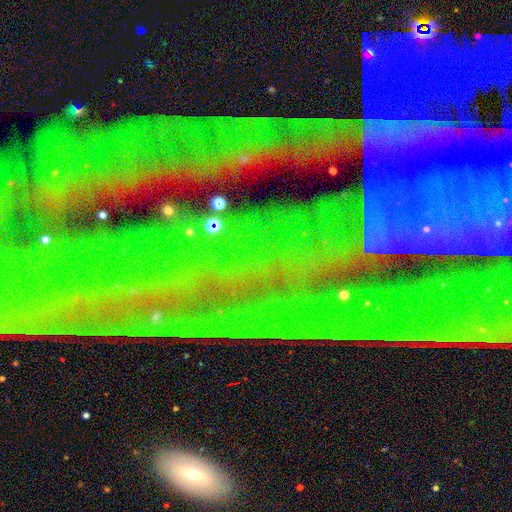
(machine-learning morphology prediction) This appears to be a star or artifact, not a galaxy (76%).